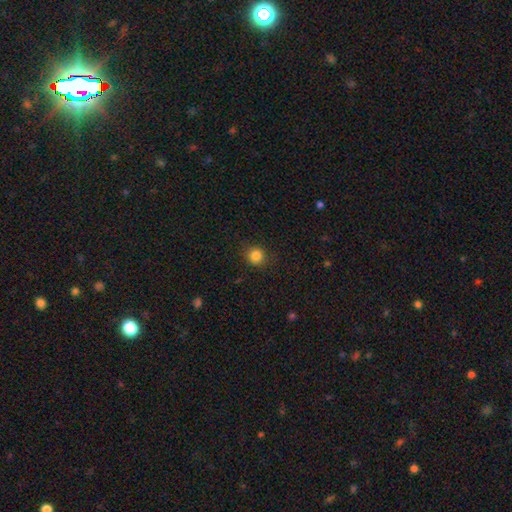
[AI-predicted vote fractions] Smooth or featured?
  - smooth: 84% *
  - star or artifact: 12%
  - featured or disk: 5%
How rounded?
  - round: 87% *
  - in between: 12%
  - cigar-shaped: 1%
Merging?
  - none: 86% *
  - minor disturbance: 10%
  - major disturbance: 3%
  - merger: 1%